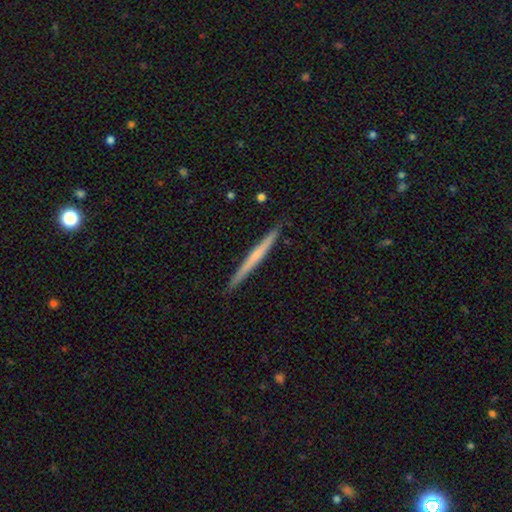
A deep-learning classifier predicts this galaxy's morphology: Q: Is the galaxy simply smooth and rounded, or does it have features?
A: featured or disk — 54%.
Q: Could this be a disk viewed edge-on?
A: yes — 98%.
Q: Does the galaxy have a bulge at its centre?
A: none — 69%.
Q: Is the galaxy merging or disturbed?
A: none — 91%.